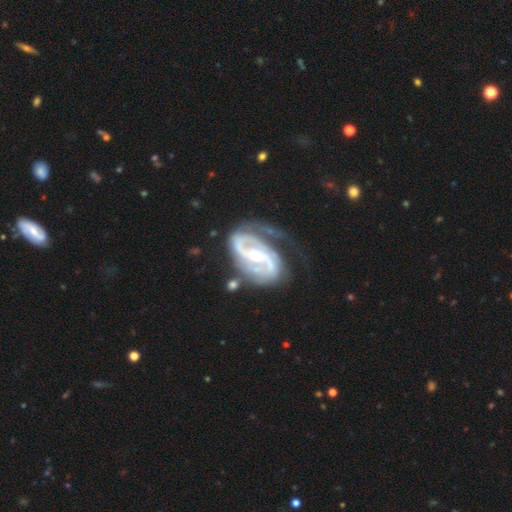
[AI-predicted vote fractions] A featured or disk galaxy (91%) with a strong bar (40%), 2 (78%) medium (45%) spiral arms (96%) and a moderate central bulge (58%). Merging: none (45%).